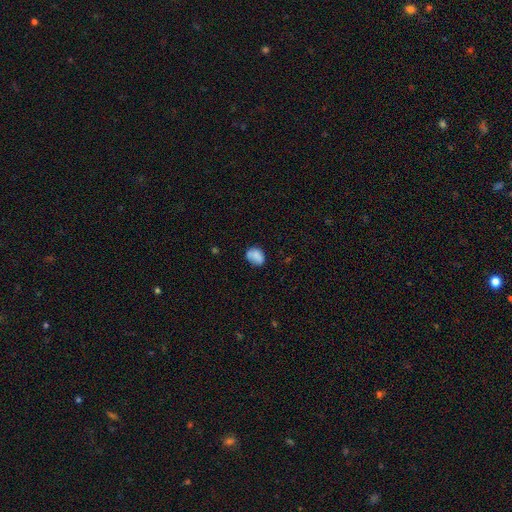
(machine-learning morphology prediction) Overall: smooth (80%). How rounded: in between (62%; round 37%). Merging: none (60%; minor disturbance 26%).